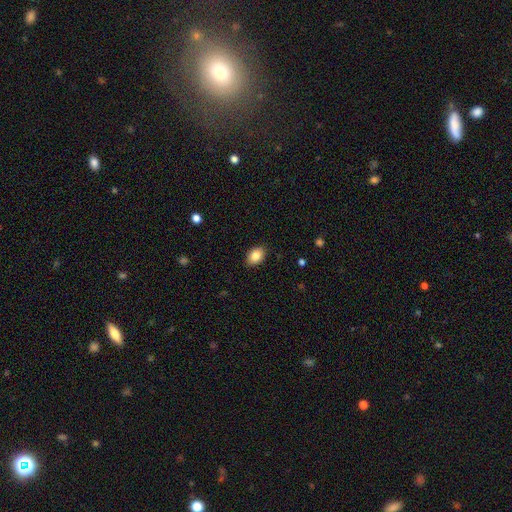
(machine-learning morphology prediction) smooth 85%, star or artifact 8%, featured or disk 7%. Down the decision tree: how rounded — in between (77%); merging — none (88%).